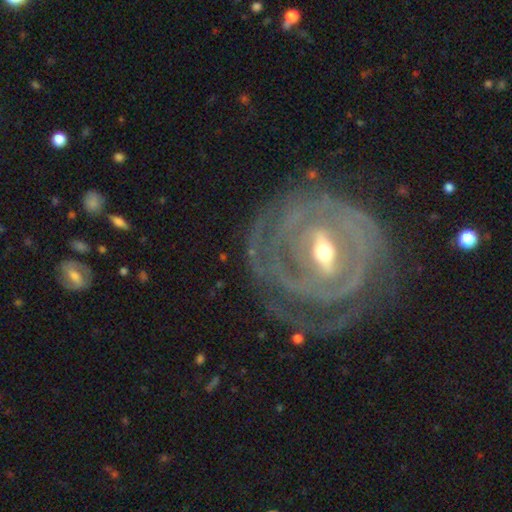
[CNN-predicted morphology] type=featured or disk (88%); edge-on=no (94%); bar=strong (55%); spiral arms=yes (88%); winding=tight (81%); arm count=can't tell (39%); bulge=moderate (57%); merging=none (70%).